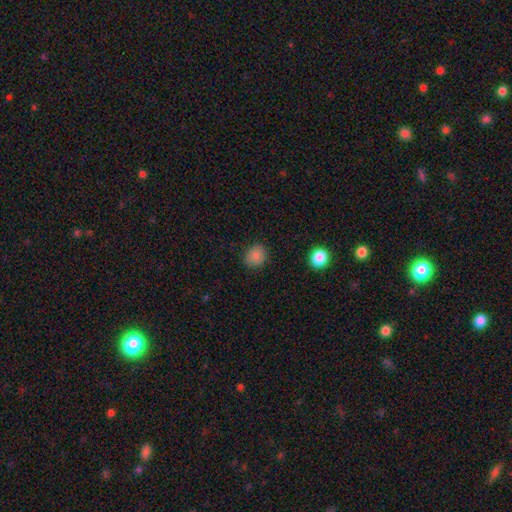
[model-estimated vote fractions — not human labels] Smooth or featured? smooth (84%)
How rounded? round (68%)
Merging? none (86%)